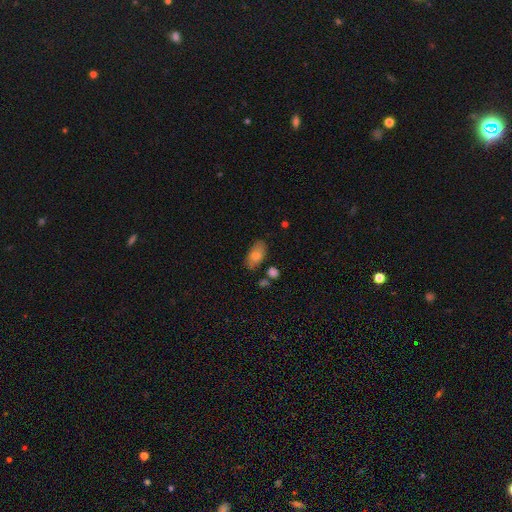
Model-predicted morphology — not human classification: A smooth galaxy with no disk features (71%) that is in between round and cigar-shaped (92%). Merging: none (75%).